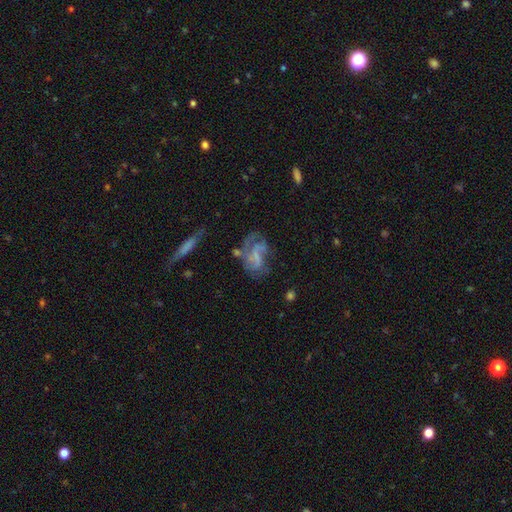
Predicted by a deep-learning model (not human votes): The model was most divided on "merging": none: 37%, major disturbance: 32%, minor disturbance: 21%, merger: 10%. More confident: edge-on disk — no (96%); spiral arms — yes (65%); smooth or featured — featured or disk (62%); bulge size — none (62%); bar — no (55%).